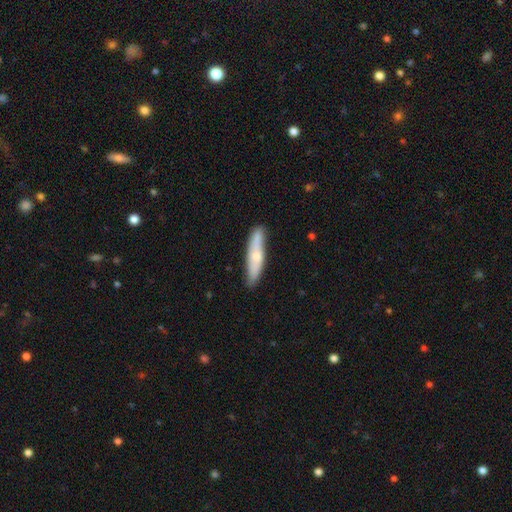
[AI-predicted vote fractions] This appears to be a smooth galaxy with no disk features (54%) that is cigar-shaped (80%). Merging: none (80%).